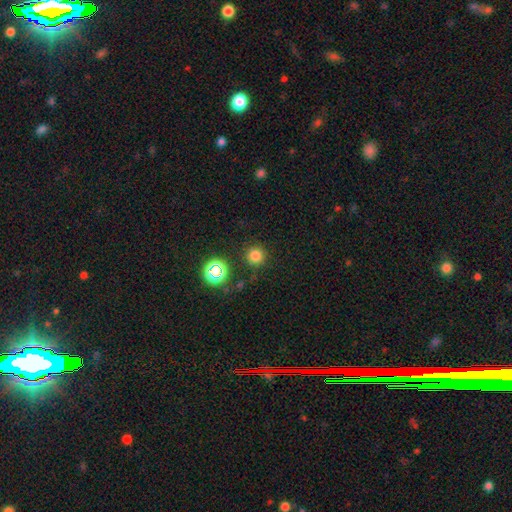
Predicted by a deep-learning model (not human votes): Smooth or featured?
  - smooth: 75% *
  - star or artifact: 20%
  - featured or disk: 5%
How rounded?
  - round: 95% *
  - in between: 4%
  - cigar-shaped: 1%
Merging?
  - none: 86% *
  - minor disturbance: 8%
  - major disturbance: 3%
  - merger: 3%